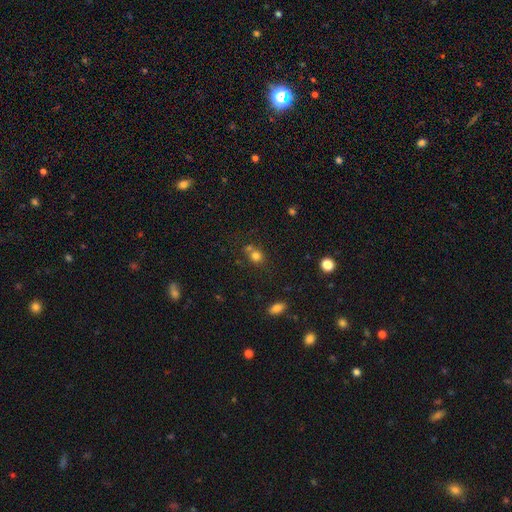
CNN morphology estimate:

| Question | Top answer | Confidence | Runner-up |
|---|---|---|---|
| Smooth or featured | smooth | 76% | star or artifact (15%) |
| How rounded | round | 75% | in between (24%) |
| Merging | none | 53% | merger (31%) |